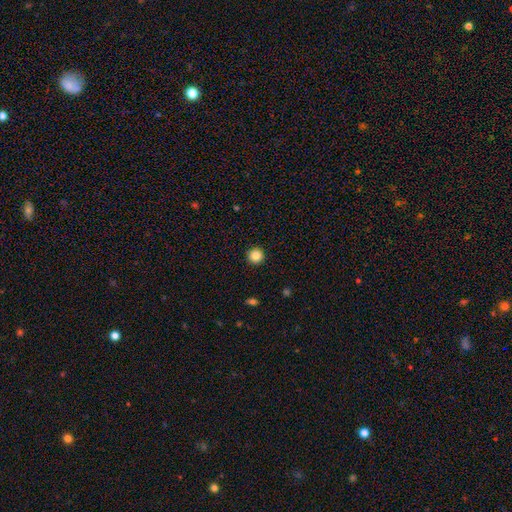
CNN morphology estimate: Q: Smooth or featured?
A: smooth (85%); runner-up: star or artifact (10%)
Q: How rounded?
A: round (96%); runner-up: in between (3%)
Q: Merging?
A: none (93%); runner-up: minor disturbance (4%)